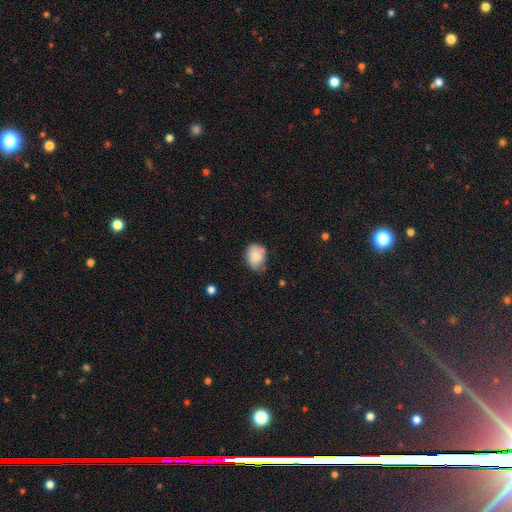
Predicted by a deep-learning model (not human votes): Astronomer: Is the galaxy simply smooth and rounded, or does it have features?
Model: smooth — 81%.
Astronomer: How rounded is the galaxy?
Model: in between — 57% (runner-up: round, 42%).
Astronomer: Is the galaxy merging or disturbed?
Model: none — 57%.